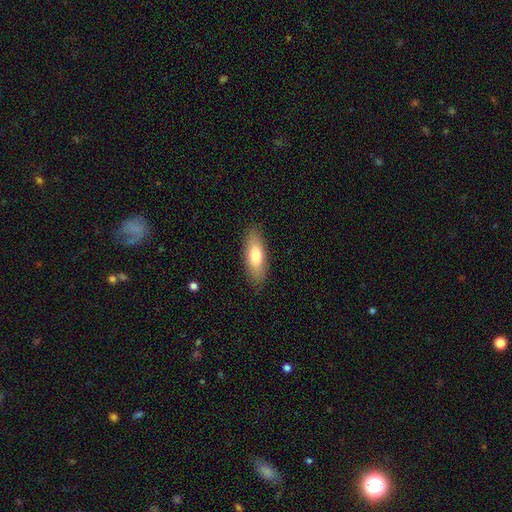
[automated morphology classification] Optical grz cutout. It shows a smooth galaxy with no disk features (73%) that is in between round and cigar-shaped (65%). Merging: none (87%).